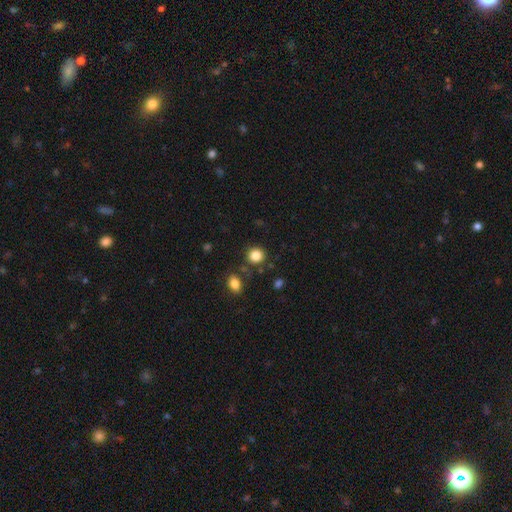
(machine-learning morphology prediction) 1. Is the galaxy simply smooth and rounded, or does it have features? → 85% smooth, 11% star or artifact, 4% featured or disk.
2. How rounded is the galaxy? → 85% round, 14% in between, 1% cigar-shaped.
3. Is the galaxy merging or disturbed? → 81% none, 10% minor disturbance, 6% merger, 3% major disturbance.